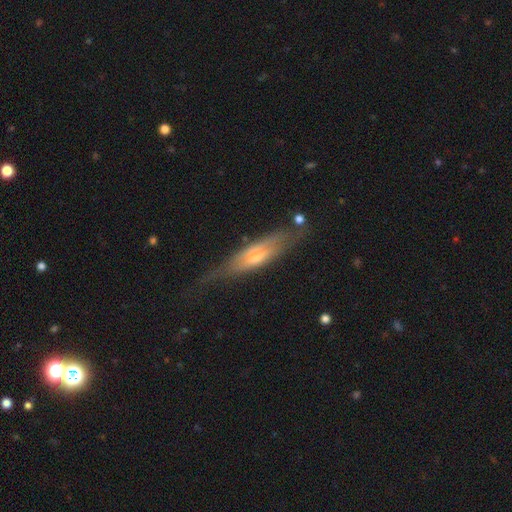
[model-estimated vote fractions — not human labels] The model was most divided on "smooth or featured": featured or disk: 62%, smooth: 32%, star or artifact: 7%. More confident: edge-on disk — yes (78%); merging — none (59%).